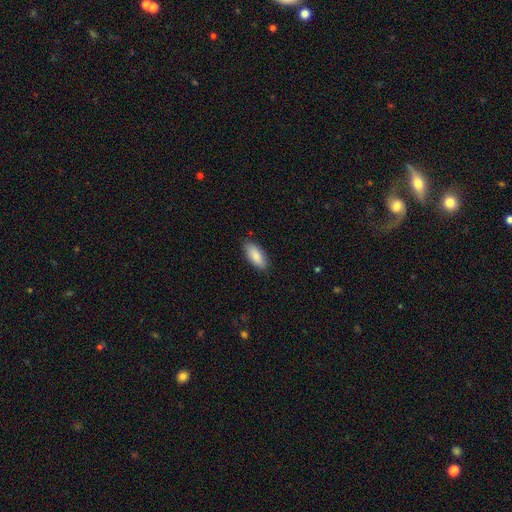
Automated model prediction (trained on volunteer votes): This is clearly a smooth galaxy (86%). How rounded: clearly in between (85%). Merging: clearly none (85%).